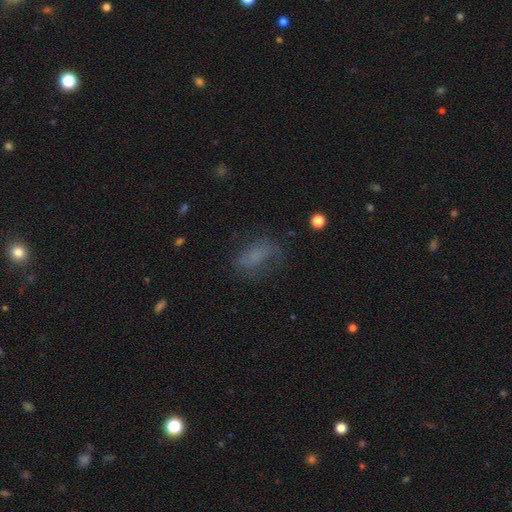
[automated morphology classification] type=smooth (55%); roundness=in between (80%); merging=none (51%).